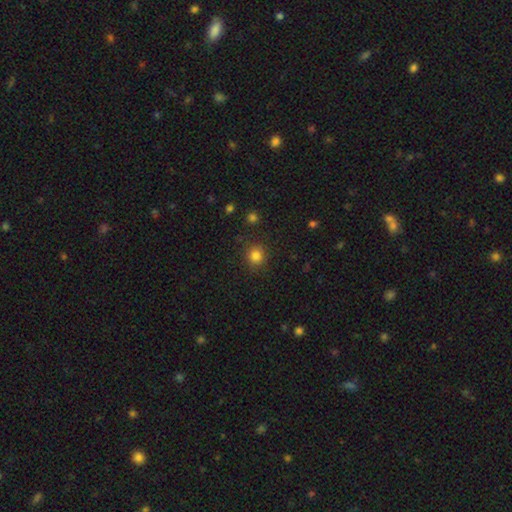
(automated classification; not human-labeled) This appears to be a smooth galaxy with no disk features (83%) that is round (89%). Merging: none (87%).